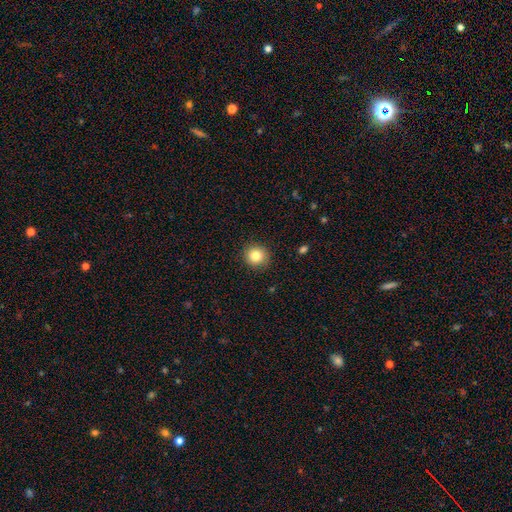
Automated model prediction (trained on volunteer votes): A smooth galaxy with no disk features (82%) that is round (92%). Merging: none (89%).